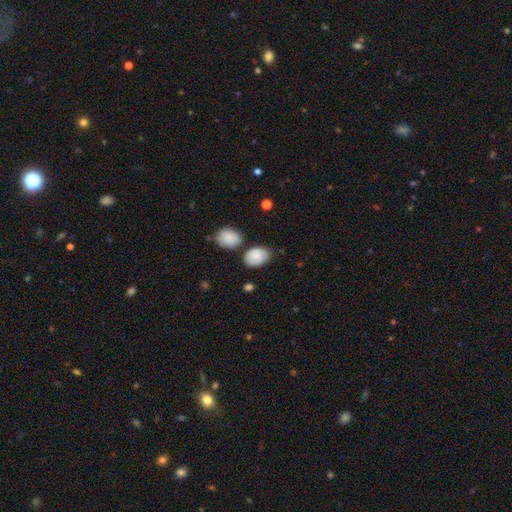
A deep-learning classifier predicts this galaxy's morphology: Smooth or featured? smooth (76%)
How rounded? in between (80%)
Merging? none (60%)